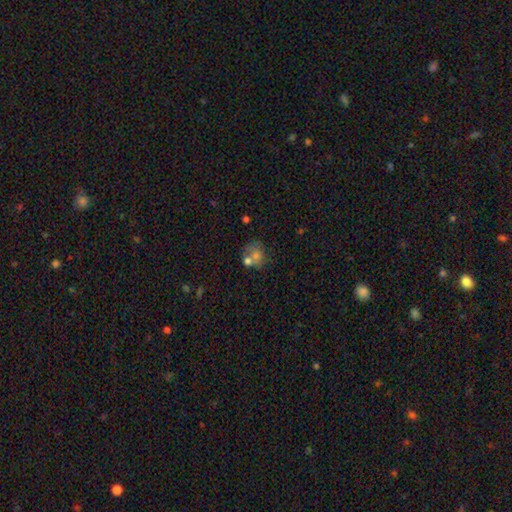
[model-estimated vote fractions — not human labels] The model was most divided on "merging": none: 49%, merger: 28%, minor disturbance: 15%, major disturbance: 9%. More confident: how rounded — round (70%); smooth or featured — smooth (58%).